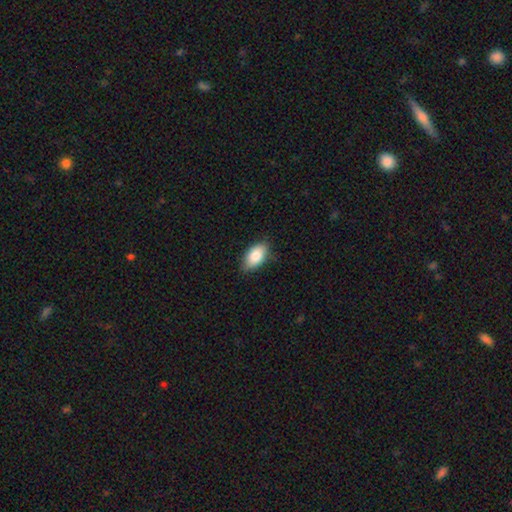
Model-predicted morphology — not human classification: smooth-or-featured: smooth: 83% | featured or disk: 10% | star or artifact: 7%
  how-rounded: in between: 92% | round: 5% | cigar-shaped: 3%
  merging: none: 81% | minor disturbance: 16% | major disturbance: 3% | merger: 1%